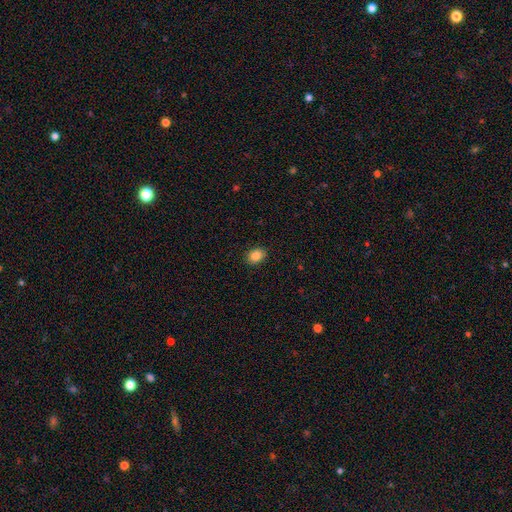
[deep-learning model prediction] Smooth or featured: smooth — 87% (star or artifact — 9%)
How rounded: in between — 65% (round — 34%)
Merging: none — 89% (minor disturbance — 8%)